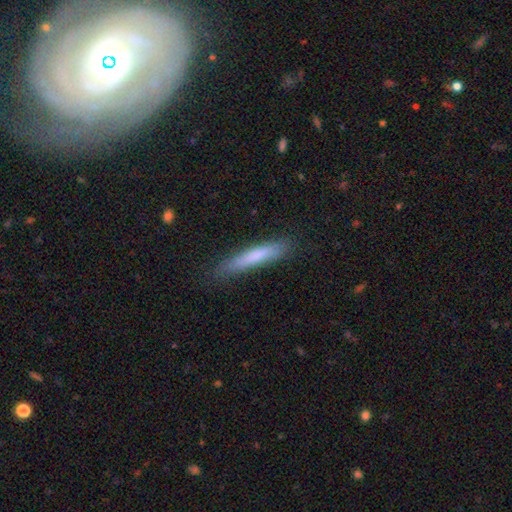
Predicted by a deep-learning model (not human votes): A smooth galaxy with no disk features (75%) that is cigar-shaped (91%).

Vote fractions:
- Smooth or featured? smooth: 75% / featured or disk: 19% / star or artifact: 6%
- How rounded? cigar-shaped: 91% / in between: 8% / round: 1%
- Merging? none: 81% / minor disturbance: 14% / major disturbance: 3% / merger: 1%